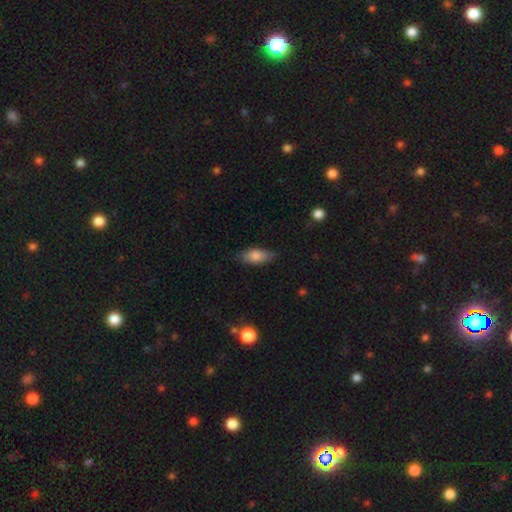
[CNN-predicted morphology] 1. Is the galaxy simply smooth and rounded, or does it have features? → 81% smooth, 12% featured or disk, 7% star or artifact.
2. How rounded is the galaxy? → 84% in between, 13% cigar-shaped, 3% round.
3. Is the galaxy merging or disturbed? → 75% none, 20% minor disturbance, 4% major disturbance, 1% merger.